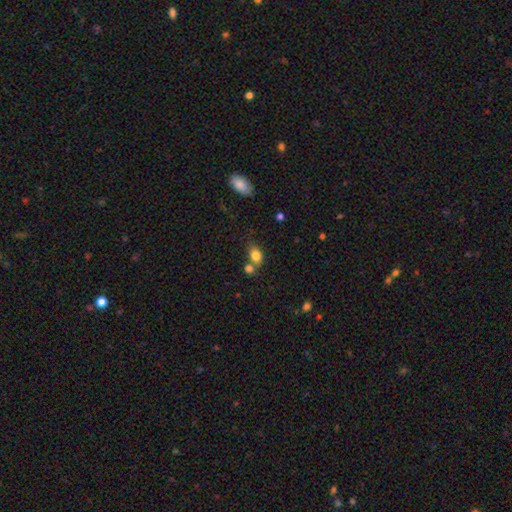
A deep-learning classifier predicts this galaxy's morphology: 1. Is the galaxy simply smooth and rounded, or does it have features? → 82% smooth, 10% star or artifact, 8% featured or disk.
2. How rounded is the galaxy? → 62% in between, 36% round, 2% cigar-shaped.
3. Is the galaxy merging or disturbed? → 49% none, 31% merger, 14% minor disturbance, 5% major disturbance.